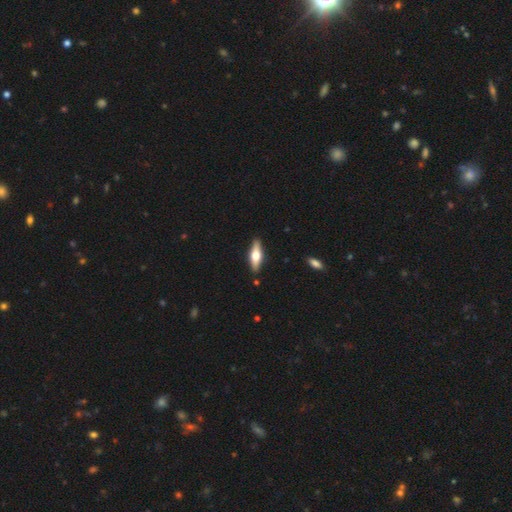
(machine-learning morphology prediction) type=featured or disk (50%); edge-on=yes (90%); merging=none (89%).